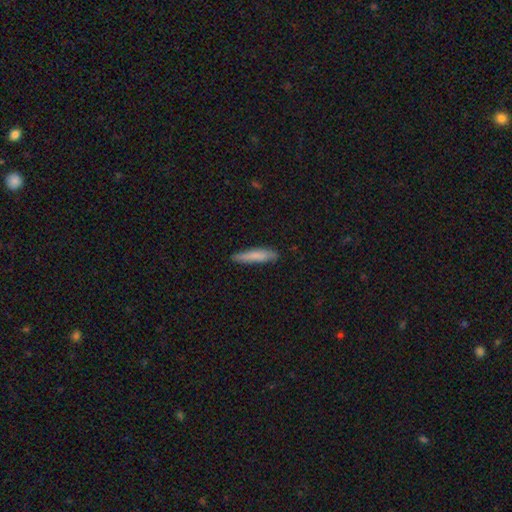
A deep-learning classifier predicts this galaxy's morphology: smooth_or_featured: smooth (p=0.79) [alt: featured or disk p=0.15]
how_rounded: cigar-shaped (p=0.86) [alt: in between p=0.12]
merging: none (p=0.82) [alt: minor disturbance p=0.14]